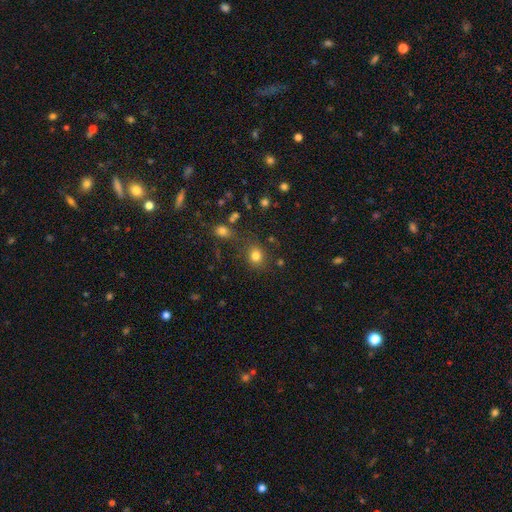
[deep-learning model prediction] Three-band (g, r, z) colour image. It shows a smooth galaxy with no disk features (79%) that is round (75%). Merging: none (76%).